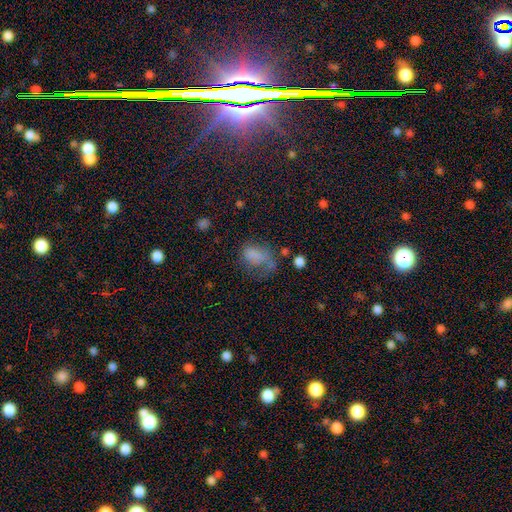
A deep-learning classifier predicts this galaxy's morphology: This is likely a smooth galaxy (64%). How rounded: likely in between (80%). Merging: possibly major disturbance (46%).